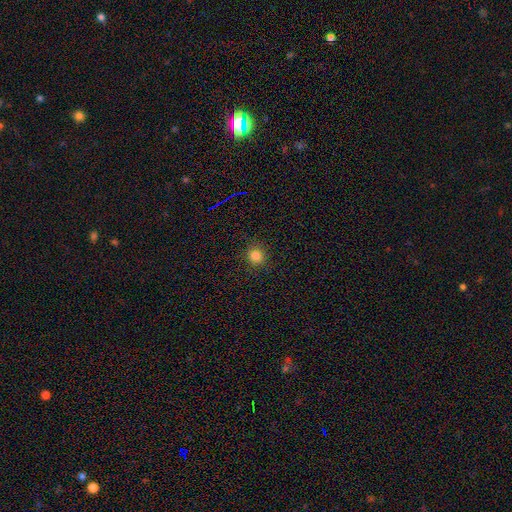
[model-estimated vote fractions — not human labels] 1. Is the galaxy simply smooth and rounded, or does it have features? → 82% smooth, 14% star or artifact, 5% featured or disk.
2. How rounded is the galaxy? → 91% round, 8% in between, 1% cigar-shaped.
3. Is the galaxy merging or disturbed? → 90% none, 7% minor disturbance, 2% major disturbance, 1% merger.